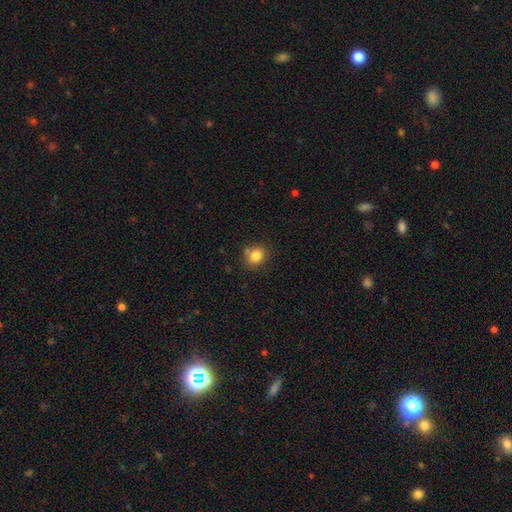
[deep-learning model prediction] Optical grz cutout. It shows a smooth galaxy with no disk features (83%) that is round (69%). Merging: none (73%).